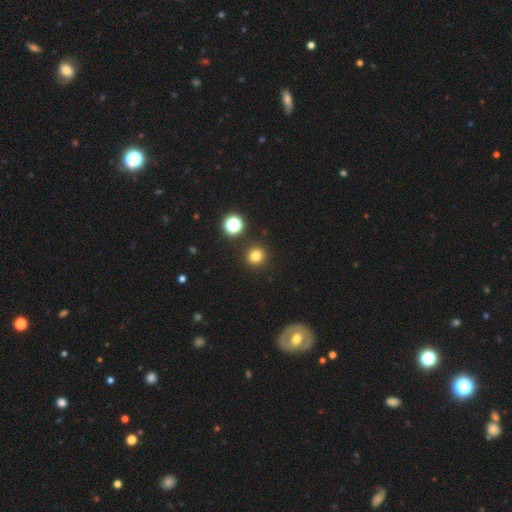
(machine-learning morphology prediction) smooth 79%, star or artifact 16%, featured or disk 6%. Down the decision tree: how rounded — round (92%); merging — none (90%).